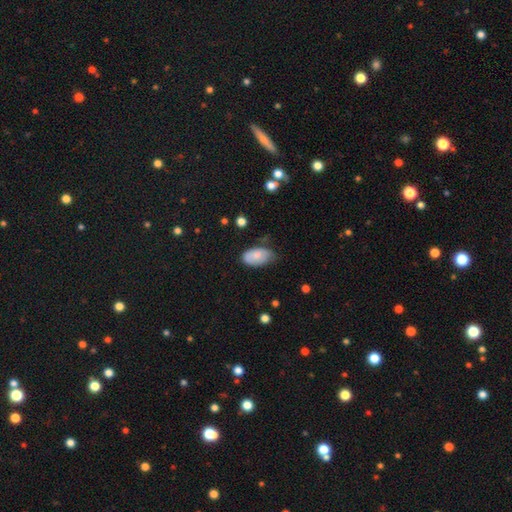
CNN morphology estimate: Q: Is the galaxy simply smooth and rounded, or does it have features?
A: smooth — 77%.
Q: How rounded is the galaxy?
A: in between — 94%.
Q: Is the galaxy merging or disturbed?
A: none — 49%.